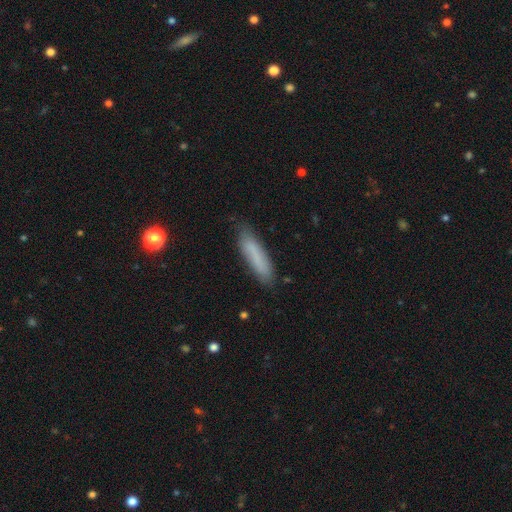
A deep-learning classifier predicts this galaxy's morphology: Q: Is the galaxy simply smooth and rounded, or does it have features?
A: smooth — 79%.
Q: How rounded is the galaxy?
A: cigar-shaped — 76%.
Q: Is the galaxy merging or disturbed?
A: none — 80%.